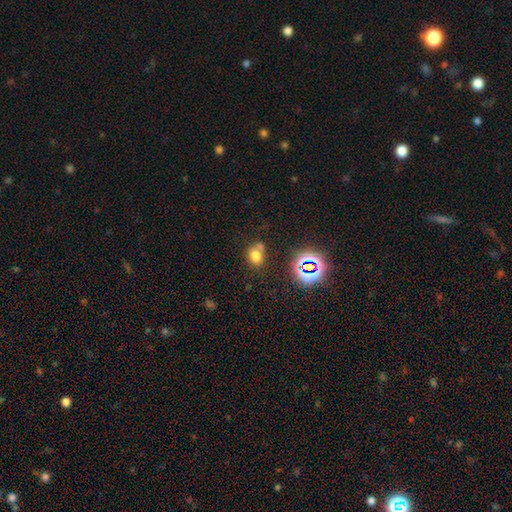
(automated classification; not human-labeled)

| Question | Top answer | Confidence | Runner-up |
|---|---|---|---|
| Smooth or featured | smooth | 69% | star or artifact (21%) |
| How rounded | round | 56% | in between (43%) |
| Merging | none | 52% | merger (28%) |